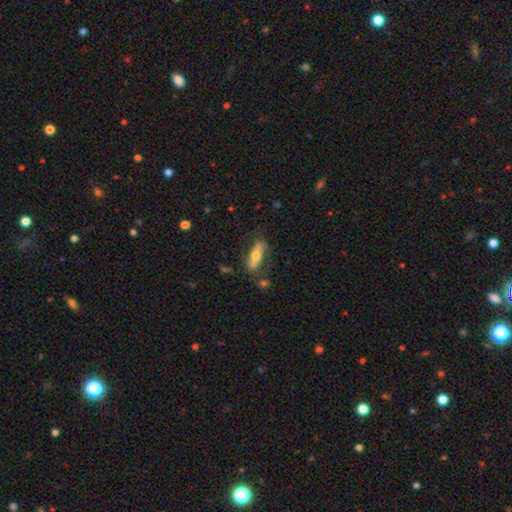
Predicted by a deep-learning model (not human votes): Smooth or featured? smooth (51%)
How rounded? in between (52%)
Merging? none (65%)